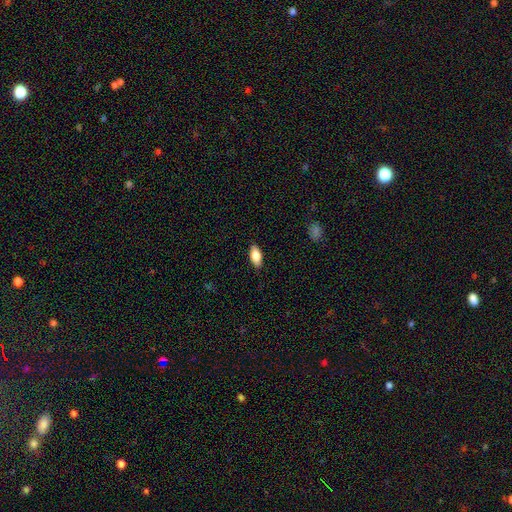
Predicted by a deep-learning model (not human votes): Smooth or featured: smooth — 80% (featured or disk — 13%)
How rounded: in between — 87% (cigar-shaped — 10%)
Merging: none — 87% (minor disturbance — 10%)